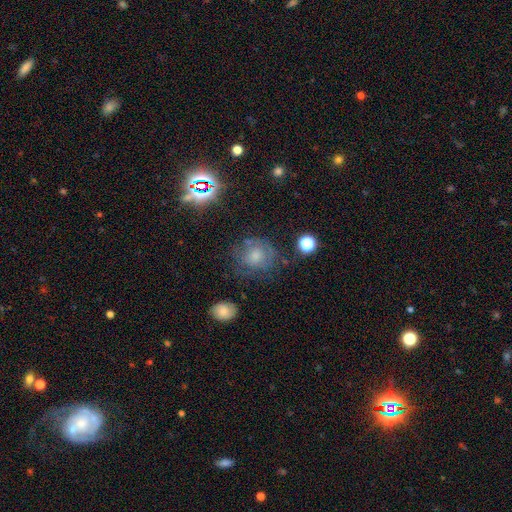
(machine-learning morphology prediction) The model was most divided on "smooth or featured": smooth: 55%, featured or disk: 27%, star or artifact: 18%. More confident: how rounded — round (77%); merging — none (61%).